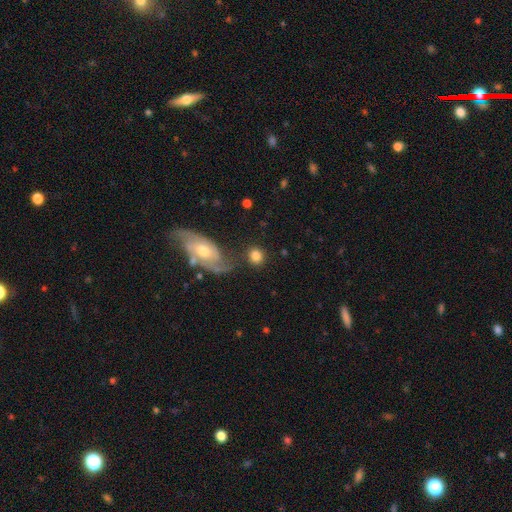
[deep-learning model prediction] This is likely a smooth galaxy (79%). How rounded: likely round (79%). Merging: likely none (71%).